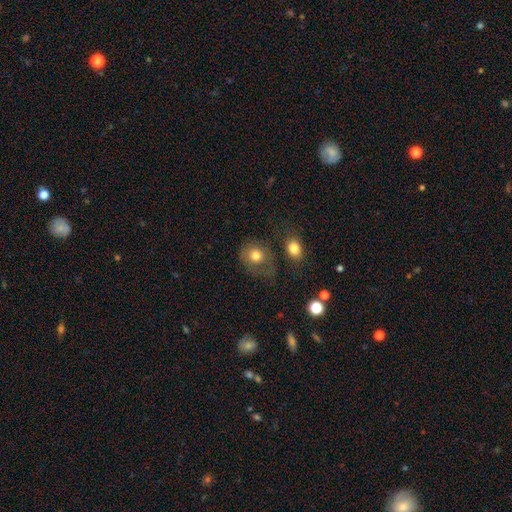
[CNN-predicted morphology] Smooth or featured: smooth — 75% (featured or disk — 16%)
How rounded: round — 65% (in between — 34%)
Merging: none — 45% (minor disturbance — 23%)